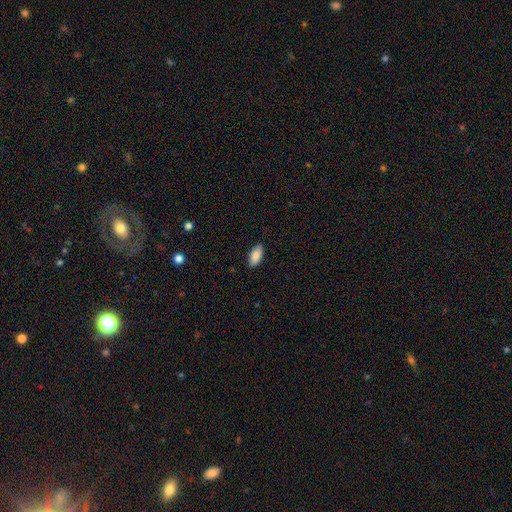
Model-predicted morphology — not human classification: This appears to be a smooth galaxy with no disk features (87%) that is in between round and cigar-shaped (91%). Merging: none (87%).